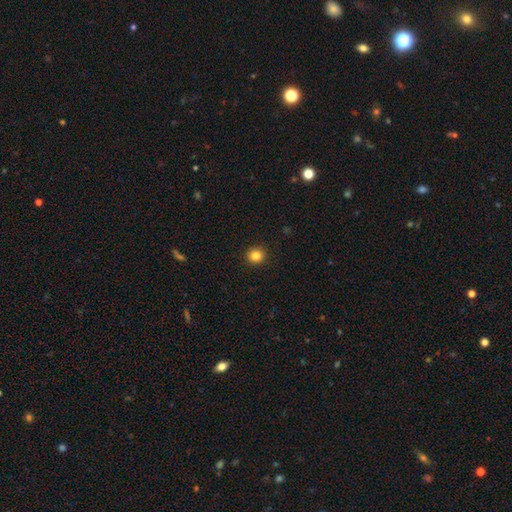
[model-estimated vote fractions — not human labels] Morphology: type=smooth (84%); roundness=round (89%); merging=none (93%).